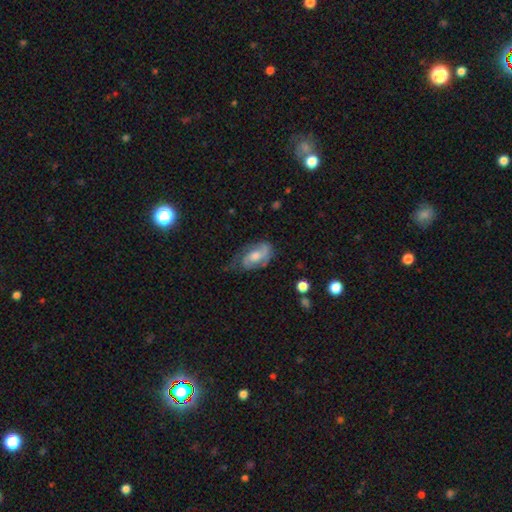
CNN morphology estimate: type=featured or disk (64%); edge-on=no (94%); bar=no (56%); spiral arms=yes (86%); winding=medium (45%); arm count=2 (69%); bulge=moderate (56%); merging=none (59%).